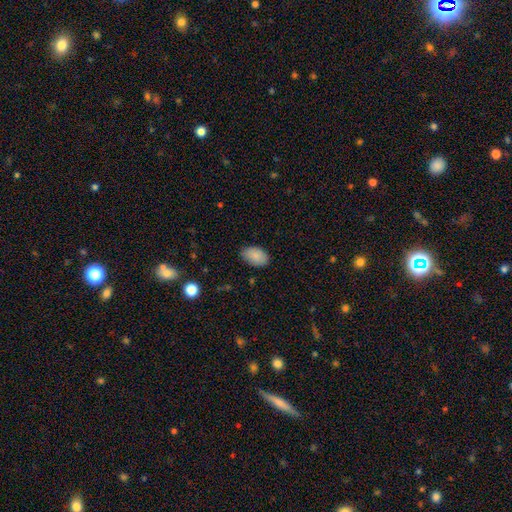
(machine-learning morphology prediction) smooth_or_featured: smooth (p=0.87) [alt: star or artifact p=0.07]
how_rounded: in between (p=0.92) [alt: round p=0.07]
merging: none (p=0.85) [alt: minor disturbance p=0.12]